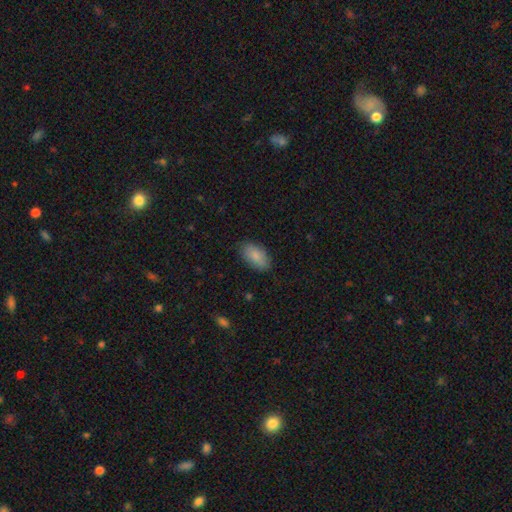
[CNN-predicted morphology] Smooth or featured?
  - smooth: 86% *
  - featured or disk: 7%
  - star or artifact: 7%
How rounded?
  - in between: 93% *
  - cigar-shaped: 4%
  - round: 3%
Merging?
  - none: 83% *
  - minor disturbance: 13%
  - major disturbance: 3%
  - merger: 1%